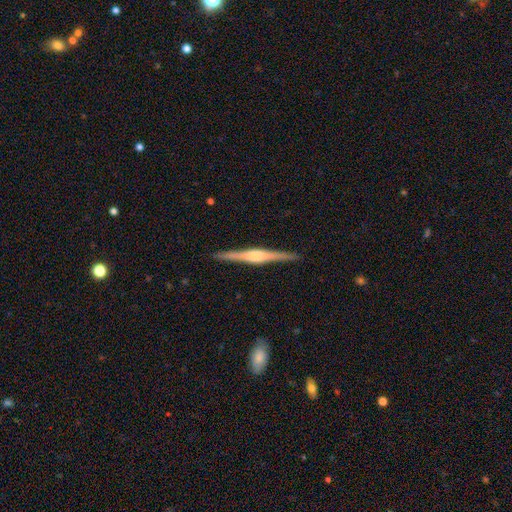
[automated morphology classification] smooth-or-featured: featured or disk: 80% | smooth: 15% | star or artifact: 5%
  disk-edge-on: yes: 98% | no: 2%
    edge-on-bulge: rounded: 61% | boxy: 30% | none: 9%
  merging: none: 91% | minor disturbance: 6% | major disturbance: 1% | merger: 1%